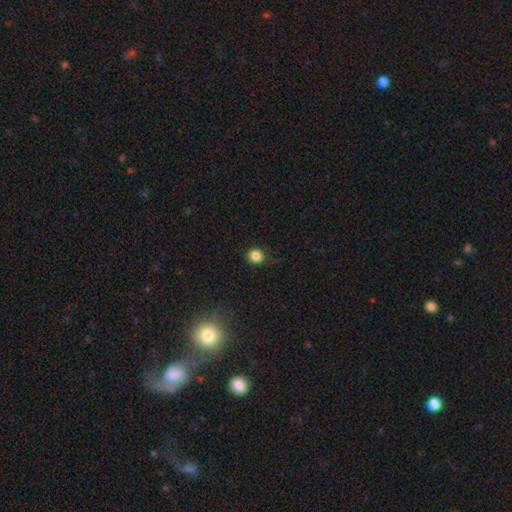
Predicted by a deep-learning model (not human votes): Smooth or featured?
  - smooth: 84% *
  - star or artifact: 12%
  - featured or disk: 4%
How rounded?
  - round: 93% *
  - in between: 6%
  - cigar-shaped: 1%
Merging?
  - none: 89% *
  - minor disturbance: 8%
  - major disturbance: 2%
  - merger: 1%